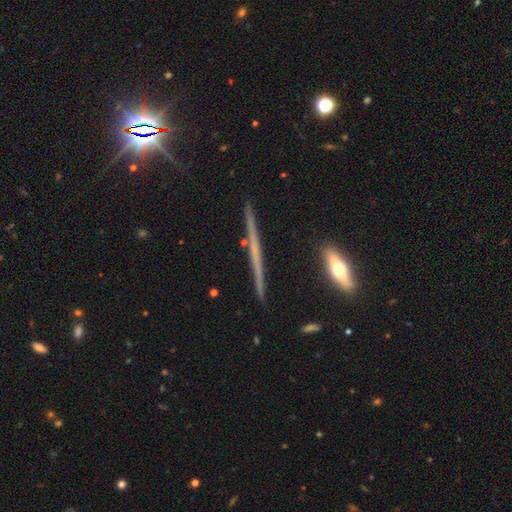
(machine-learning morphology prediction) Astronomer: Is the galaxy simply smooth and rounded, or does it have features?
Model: featured or disk — 64%.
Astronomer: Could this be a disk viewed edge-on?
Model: yes — 96%.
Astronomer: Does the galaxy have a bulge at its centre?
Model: none — 74%.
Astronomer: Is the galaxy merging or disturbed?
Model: none — 87%.